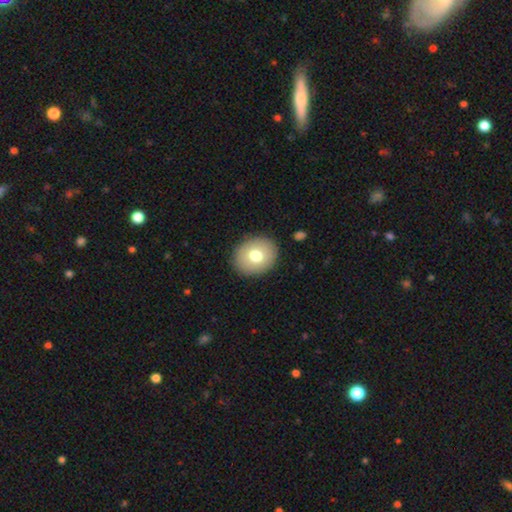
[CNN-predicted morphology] This appears to be a smooth galaxy with no disk features (74%) that is round (61%). Merging: none (90%).